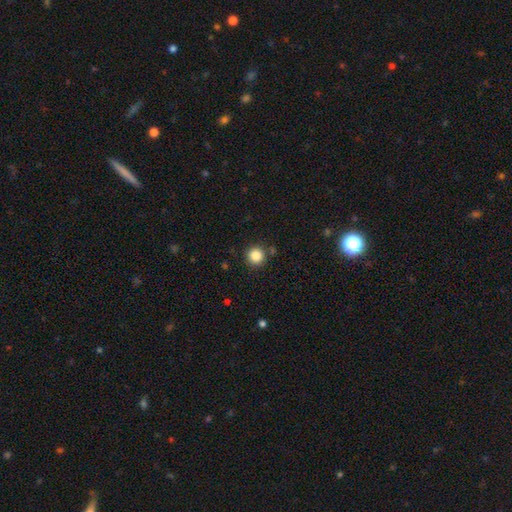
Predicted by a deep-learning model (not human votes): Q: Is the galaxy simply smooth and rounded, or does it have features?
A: smooth — 86%.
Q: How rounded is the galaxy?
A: round — 95%.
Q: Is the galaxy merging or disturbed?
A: none — 87%.